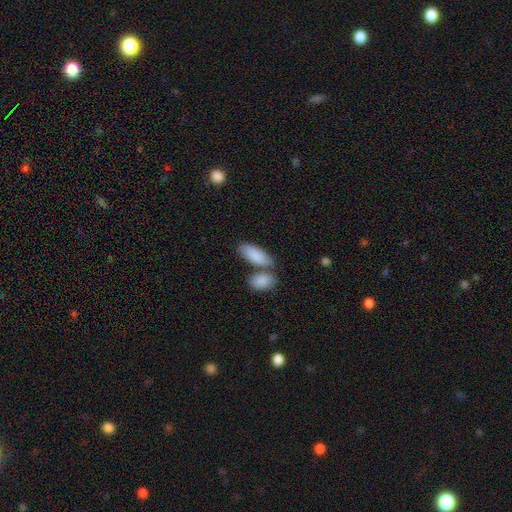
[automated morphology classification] Smooth or featured: smooth — 87% (featured or disk — 8%)
How rounded: in between — 86% (cigar-shaped — 11%)
Merging: none — 52% (merger — 31%)